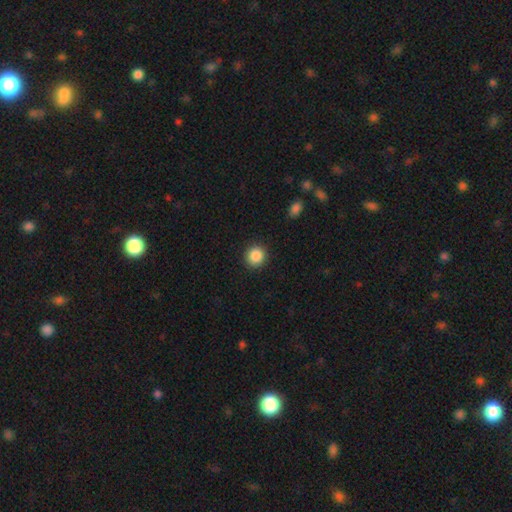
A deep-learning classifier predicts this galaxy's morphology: Q: Smooth or featured?
A: smooth (88%); runner-up: star or artifact (9%)
Q: How rounded?
A: round (91%); runner-up: in between (8%)
Q: Merging?
A: none (91%); runner-up: minor disturbance (6%)